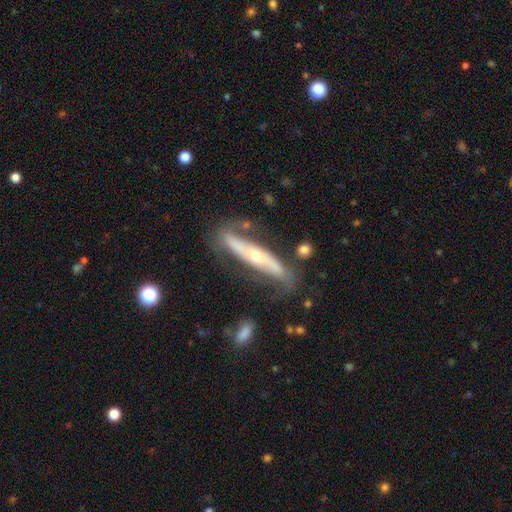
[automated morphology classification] The model was most divided on "edge-on disk" (2-way tie): yes: 50%, no: 50%. More confident: smooth or featured — featured or disk (76%); merging — none (65%).